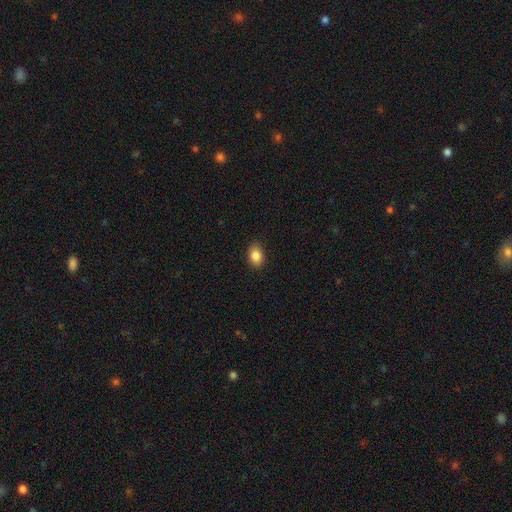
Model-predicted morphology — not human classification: This appears to be a smooth galaxy with no disk features (87%) that is in between round and cigar-shaped (80%). Merging: none (87%).